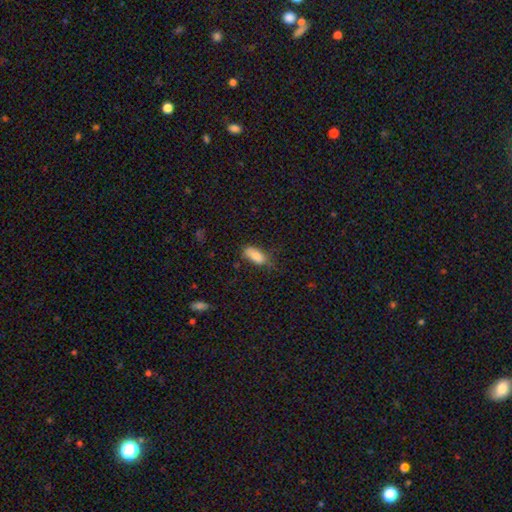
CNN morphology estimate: The model was most divided on "merging": none: 58%, minor disturbance: 30%, major disturbance: 9%, merger: 3%. More confident: how rounded — in between (85%); smooth or featured — smooth (82%).